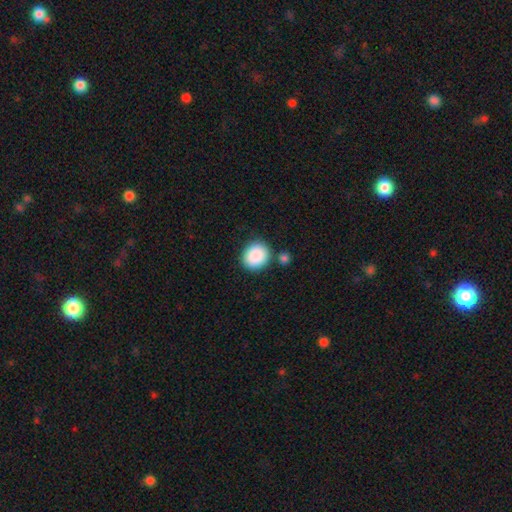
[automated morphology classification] Overall: smooth (89%). How rounded: round (75%). Merging: none (78%).